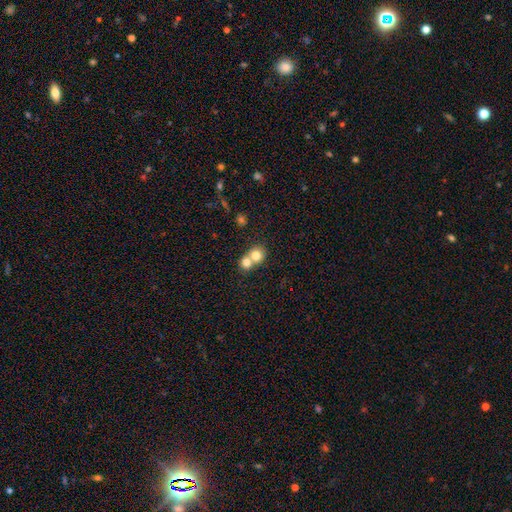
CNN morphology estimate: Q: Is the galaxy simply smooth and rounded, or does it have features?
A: smooth — 77%.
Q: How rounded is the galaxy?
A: round — 80%.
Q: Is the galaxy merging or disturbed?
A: merger — 66%.